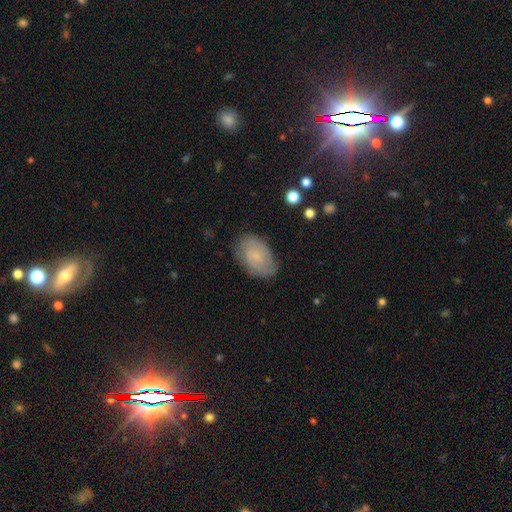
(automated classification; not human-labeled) smooth-or-featured: featured or disk: 50% | smooth: 42% | star or artifact: 8%
  merging: none: 79% | minor disturbance: 16% | major disturbance: 4% | merger: 1%